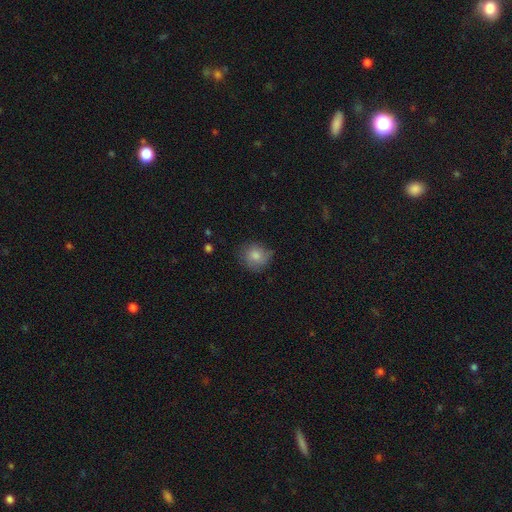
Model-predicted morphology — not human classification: type=smooth (82%); roundness=round (83%); merging=none (71%).